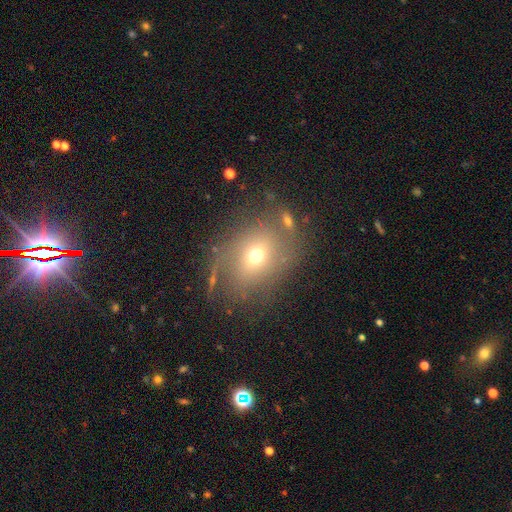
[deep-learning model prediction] The model was most divided on "how rounded": in between: 52%, round: 46%, cigar-shaped: 2%. More confident: merging — none (70%); smooth or featured — smooth (58%).